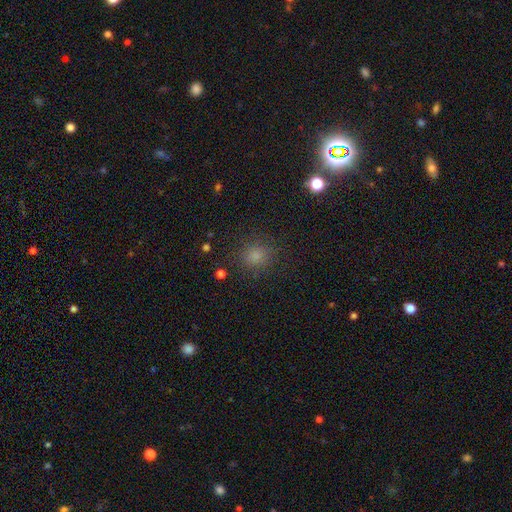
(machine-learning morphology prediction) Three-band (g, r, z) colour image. It shows a smooth galaxy with no disk features (77%) that is round (84%). Merging: none (85%).